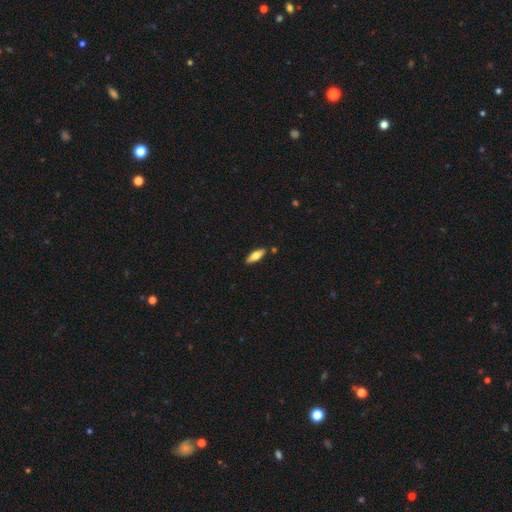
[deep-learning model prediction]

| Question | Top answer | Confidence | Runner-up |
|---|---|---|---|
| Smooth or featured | smooth | 62% | featured or disk (32%) |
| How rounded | in between | 59% | cigar-shaped (39%) |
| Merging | none | 86% | minor disturbance (9%) |